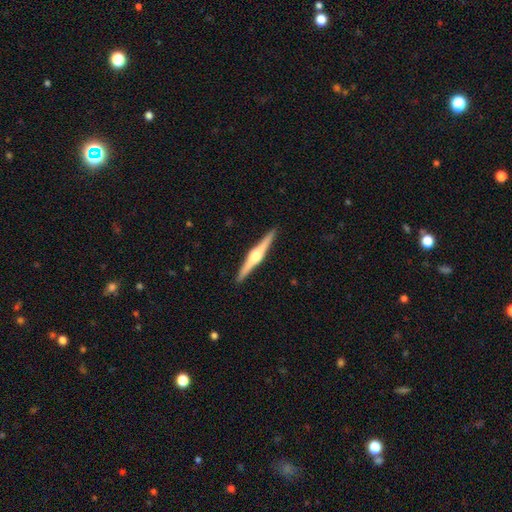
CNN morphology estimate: Overall: featured or disk (81%). Edge-on disk: yes (99%). Edge-on bulge: rounded (94%). Merging: none (92%).